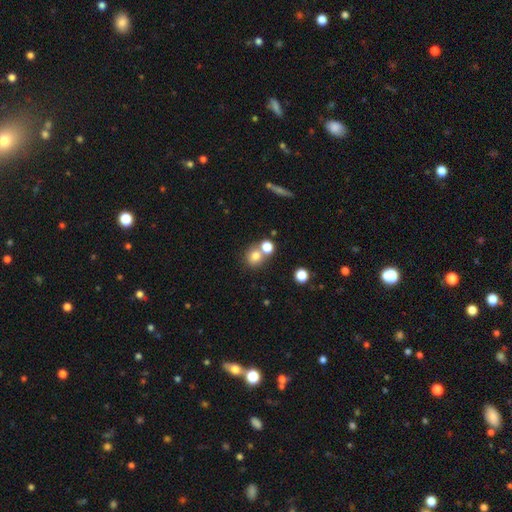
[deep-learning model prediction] Smooth or featured? Predicted: smooth (p=0.77). How rounded? Predicted: round (p=0.84). Merging? Predicted: none (p=0.54).